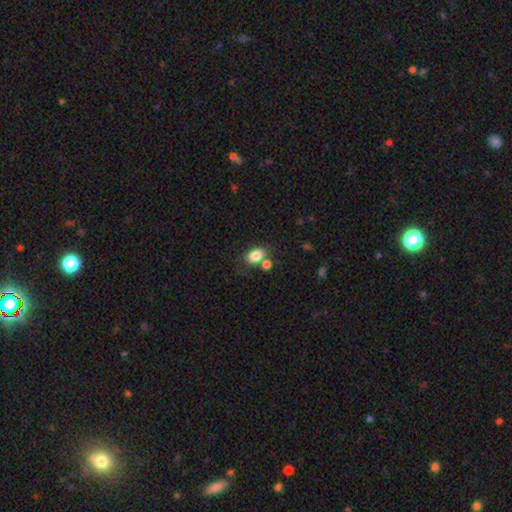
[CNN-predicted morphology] Overall: smooth (83%). How rounded: in between (82%). Merging: none (60%; merger 22%).